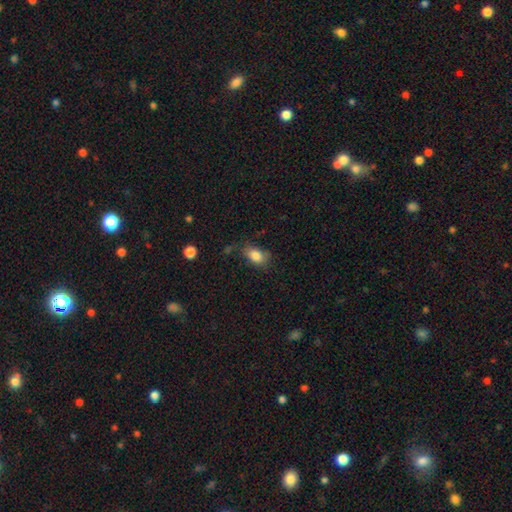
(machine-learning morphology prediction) Smooth or featured? Predicted: smooth (p=0.84). How rounded? Predicted: in between (p=0.85). Merging? Predicted: none (p=0.66).